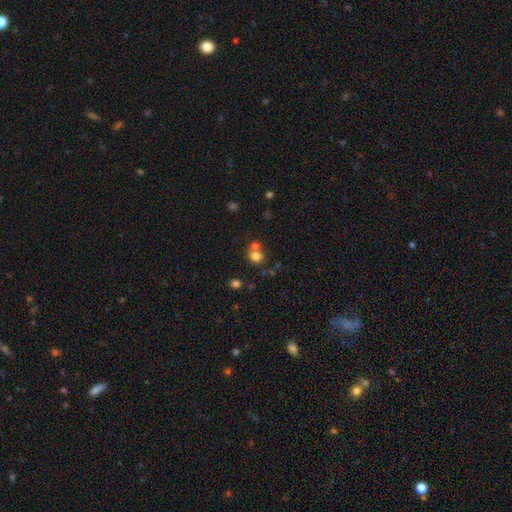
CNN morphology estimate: This is likely a smooth galaxy (75%). How rounded: likely round (78%). Merging: possibly merger (47%).